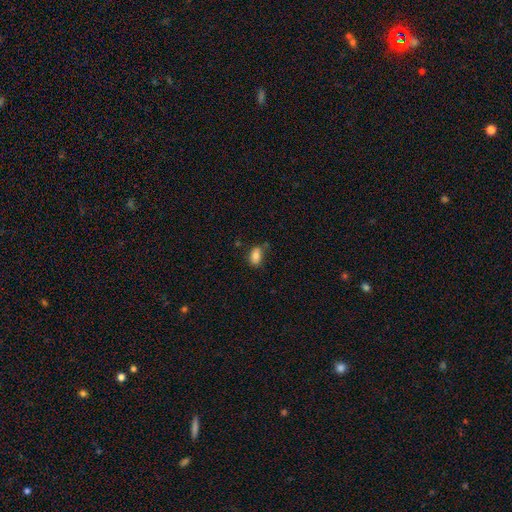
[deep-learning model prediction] This is clearly a smooth galaxy (82%). How rounded: clearly in between (88%). Merging: likely none (63%).